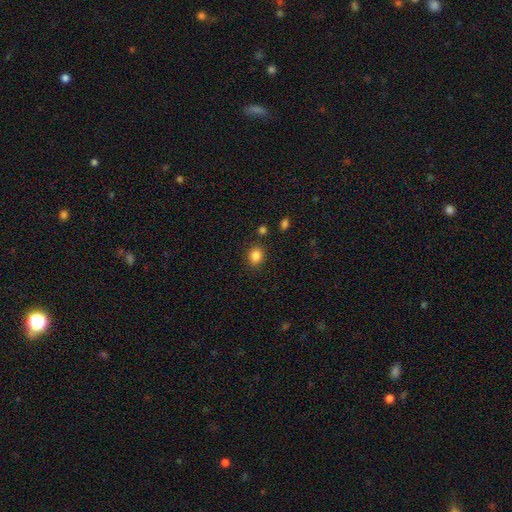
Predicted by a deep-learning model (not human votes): smooth 84%, star or artifact 11%, featured or disk 5%. Down the decision tree: how rounded — round (67%); merging — none (85%).